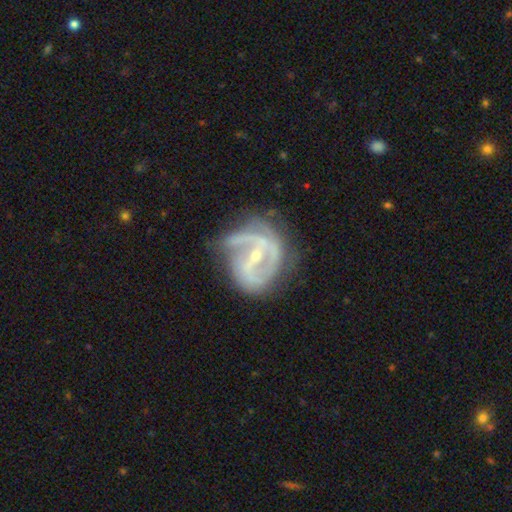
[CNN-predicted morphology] Smooth or featured? Predicted: featured or disk (p=0.86). Edge-on disk? Predicted: no (p=0.97). Bar? Predicted: strong (p=0.43). Spiral arms? Predicted: yes (p=0.90). Spiral winding? Predicted: medium (p=0.46). Spiral arm count? Predicted: 2 (p=0.54). Bulge size? Predicted: small (p=0.65). Merging? Predicted: none (p=0.49).